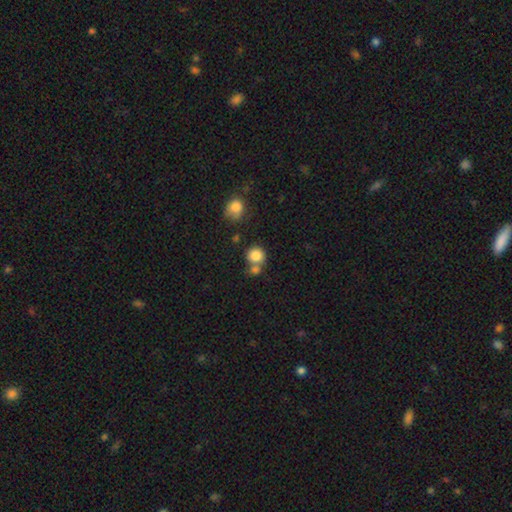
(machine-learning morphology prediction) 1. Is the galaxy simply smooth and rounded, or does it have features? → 84% smooth, 10% star or artifact, 7% featured or disk.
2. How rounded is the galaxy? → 86% round, 13% in between, 1% cigar-shaped.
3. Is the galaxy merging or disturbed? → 55% none, 32% merger, 9% minor disturbance, 4% major disturbance.